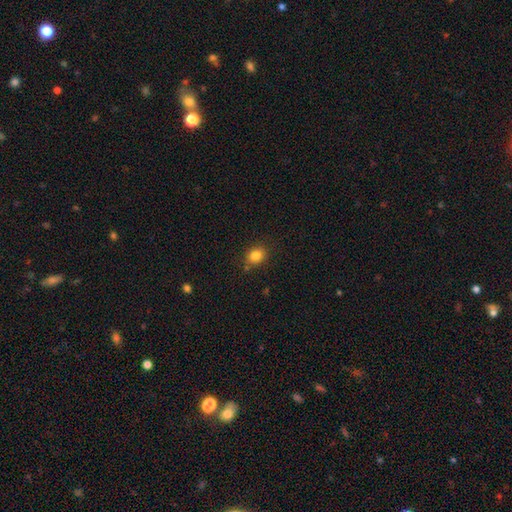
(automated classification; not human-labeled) Overall: smooth (83%). How rounded: round (62%; in between 37%). Merging: none (81%).